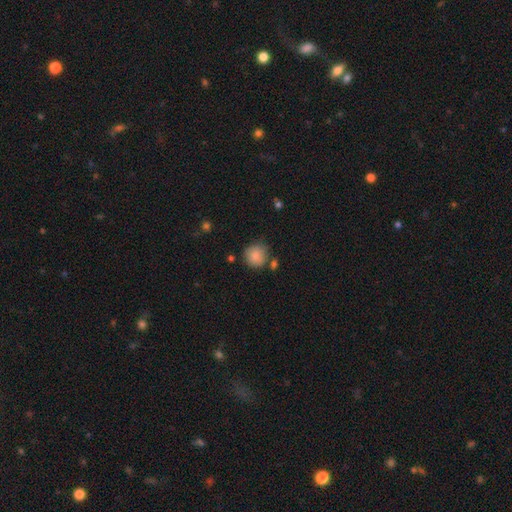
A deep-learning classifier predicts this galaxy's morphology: A smooth galaxy with no disk features (84%) that is round (92%).

Vote fractions:
- Smooth or featured? smooth: 84% / star or artifact: 9% / featured or disk: 7%
- How rounded? round: 92% / in between: 7% / cigar-shaped: 1%
- Merging? none: 75% / minor disturbance: 14% / merger: 7% / major disturbance: 3%